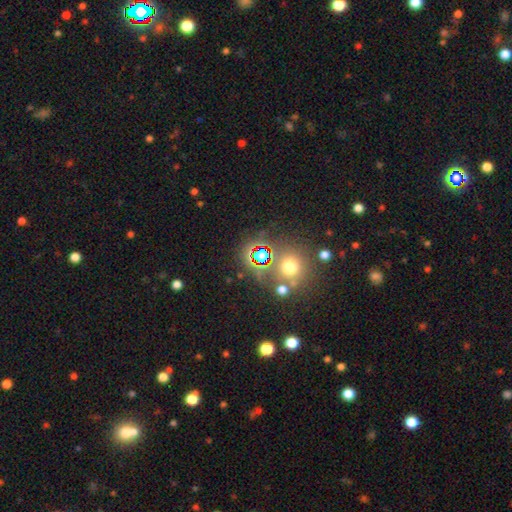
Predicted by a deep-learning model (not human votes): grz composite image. It shows a star or artifact, not a galaxy (59%).